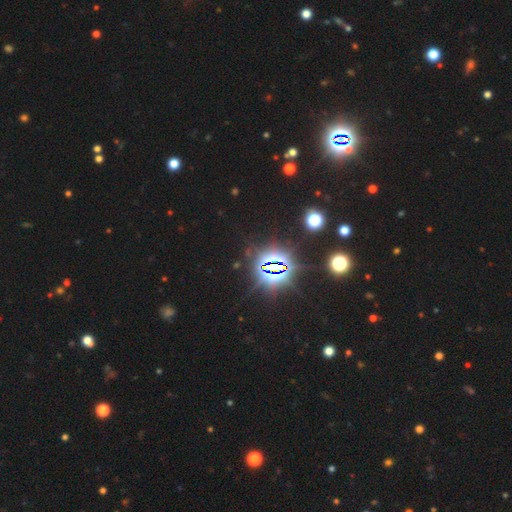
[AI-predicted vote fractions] smooth_or_featured: star or artifact (p=0.84) [alt: smooth p=0.10]